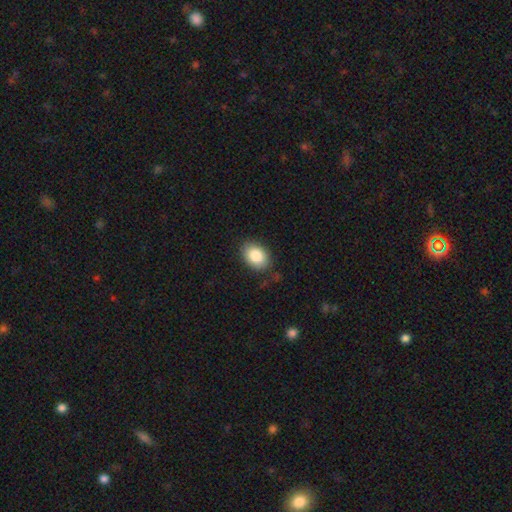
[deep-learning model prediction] A smooth galaxy with no disk features (86%) that is in between round and cigar-shaped (78%).

Vote fractions:
- Smooth or featured? smooth: 86% / star or artifact: 7% / featured or disk: 7%
- How rounded? in between: 78% / round: 21% / cigar-shaped: 1%
- Merging? none: 81% / minor disturbance: 14% / major disturbance: 3% / merger: 2%